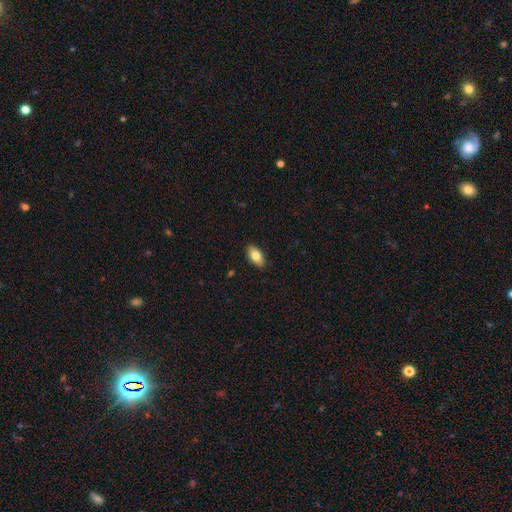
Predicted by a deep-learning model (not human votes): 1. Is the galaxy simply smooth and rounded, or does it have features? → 79% smooth, 14% featured or disk, 7% star or artifact.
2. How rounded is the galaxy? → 91% in between, 5% cigar-shaped, 4% round.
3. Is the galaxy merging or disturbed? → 89% none, 8% minor disturbance, 2% major disturbance, 1% merger.